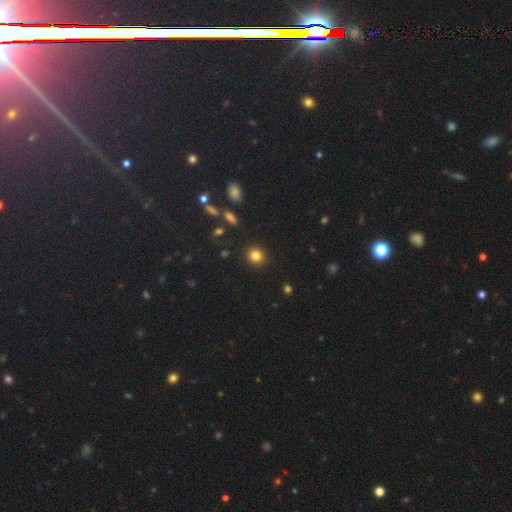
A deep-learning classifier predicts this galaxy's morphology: smooth-or-featured: smooth: 82% | star or artifact: 12% | featured or disk: 6%
  how-rounded: round: 87% | in between: 12% | cigar-shaped: 1%
  merging: none: 91% | minor disturbance: 6% | major disturbance: 2% | merger: 2%